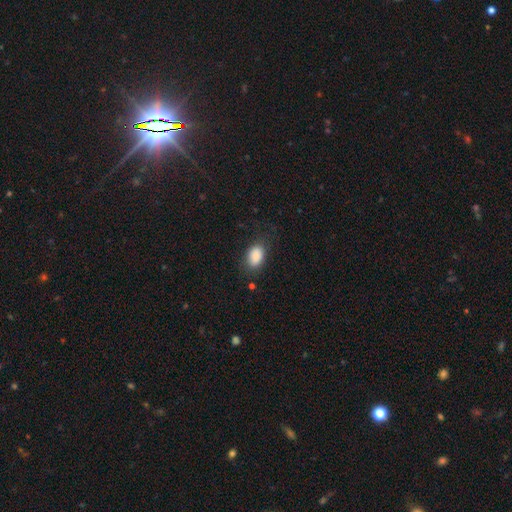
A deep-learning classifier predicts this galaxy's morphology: smooth 88%, star or artifact 7%, featured or disk 5%. Down the decision tree: how rounded — in between (87%); merging — none (73%).